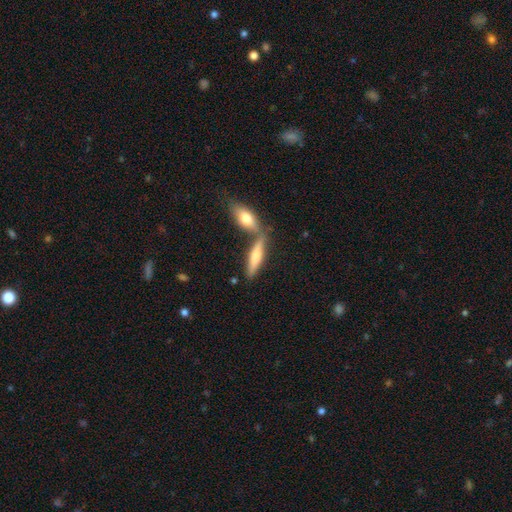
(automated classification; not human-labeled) smooth 56%, featured or disk 37%, star or artifact 7%. Down the decision tree: how rounded — cigar-shaped (66%); merging — none (50%).